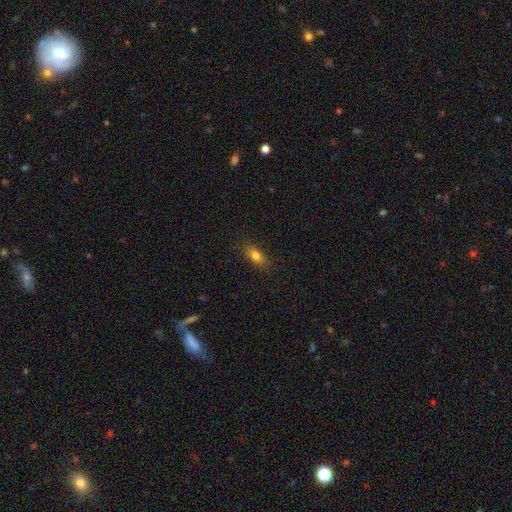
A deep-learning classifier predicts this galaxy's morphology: Overall: smooth (80%). How rounded: in between (80%). Merging: none (84%).